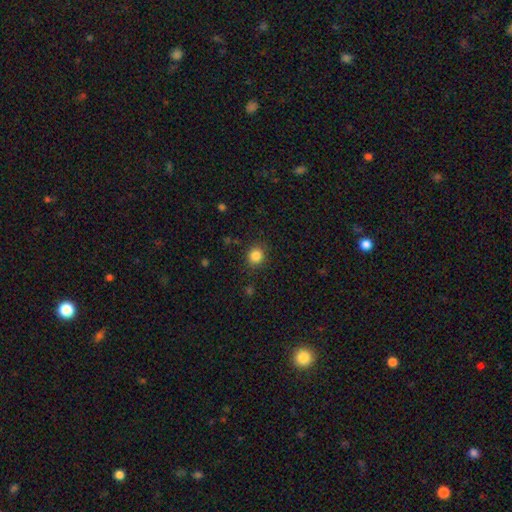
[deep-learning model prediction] Smooth or featured? Predicted: smooth (p=0.84). How rounded? Predicted: round (p=0.84). Merging? Predicted: none (p=0.88).